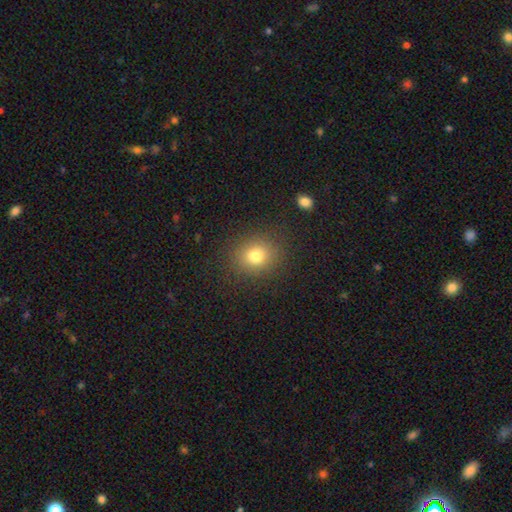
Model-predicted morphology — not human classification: A smooth galaxy with no disk features (76%) that is round (74%). Merging: none (87%).